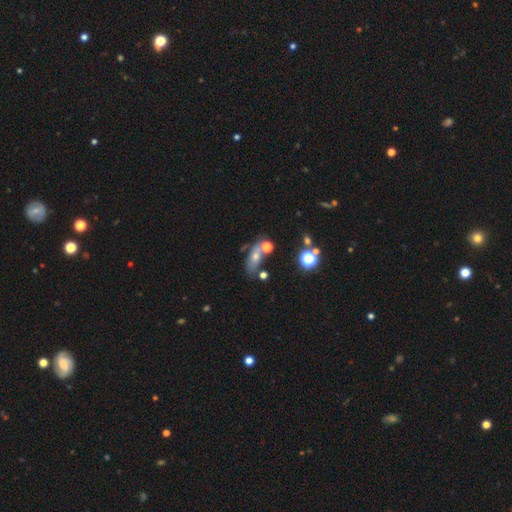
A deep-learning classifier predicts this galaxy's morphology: Smooth or featured? Predicted: smooth (p=0.56). How rounded? Predicted: in between (p=0.65). Merging? Predicted: none (p=0.49).